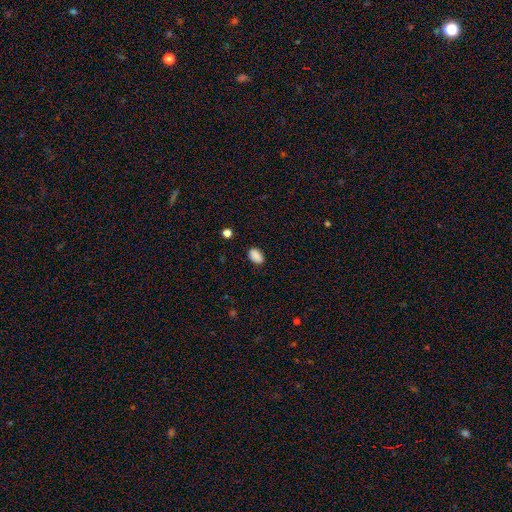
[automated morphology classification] Q: Smooth or featured?
A: smooth (88%); runner-up: star or artifact (9%)
Q: How rounded?
A: in between (90%); runner-up: round (9%)
Q: Merging?
A: none (85%); runner-up: minor disturbance (11%)